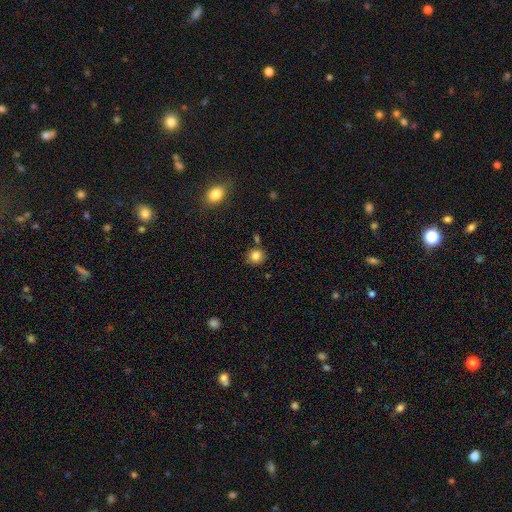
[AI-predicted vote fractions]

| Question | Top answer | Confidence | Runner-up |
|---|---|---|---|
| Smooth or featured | smooth | 84% | star or artifact (11%) |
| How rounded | round | 84% | in between (15%) |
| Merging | none | 81% | minor disturbance (11%) |